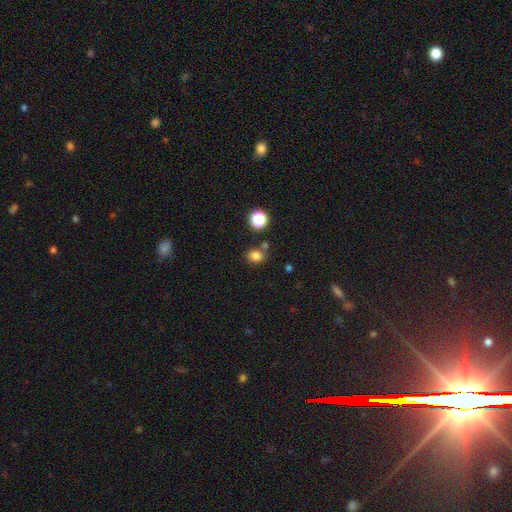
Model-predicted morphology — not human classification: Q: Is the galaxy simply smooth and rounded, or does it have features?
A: smooth — 79%.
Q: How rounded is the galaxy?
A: round — 69%.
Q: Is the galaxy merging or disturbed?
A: none — 69%.